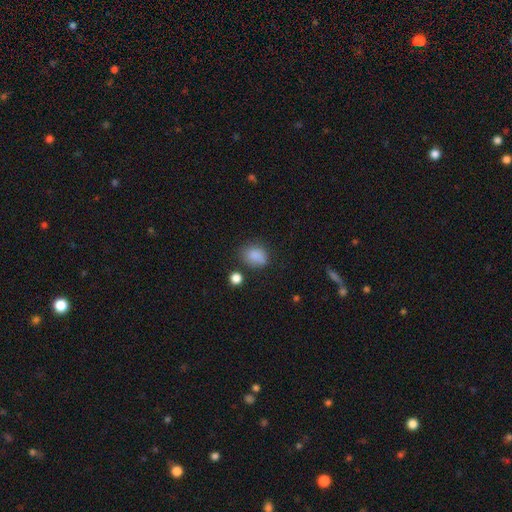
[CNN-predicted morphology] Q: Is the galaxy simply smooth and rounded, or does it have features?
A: smooth — 84%.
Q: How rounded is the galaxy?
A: in between — 60%.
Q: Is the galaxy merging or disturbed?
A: none — 65%.